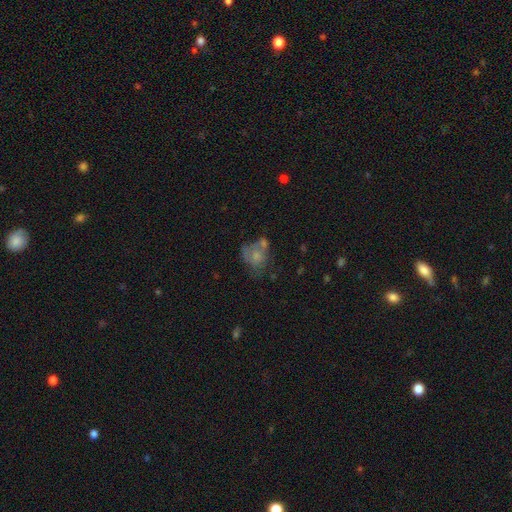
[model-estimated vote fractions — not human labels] Q: Smooth or featured?
A: smooth (59%); runner-up: featured or disk (30%)
Q: How rounded?
A: round (50%); runner-up: in between (49%)
Q: Merging?
A: merger (34%); runner-up: none (25%)